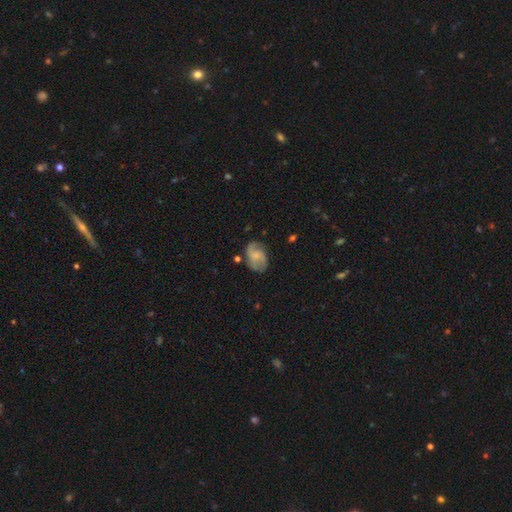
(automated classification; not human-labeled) Morphology: type=featured or disk (58%); edge-on=no (97%); bar=no (59%); spiral arms=yes (86%); bulge=none (43%); merging=none (64%).